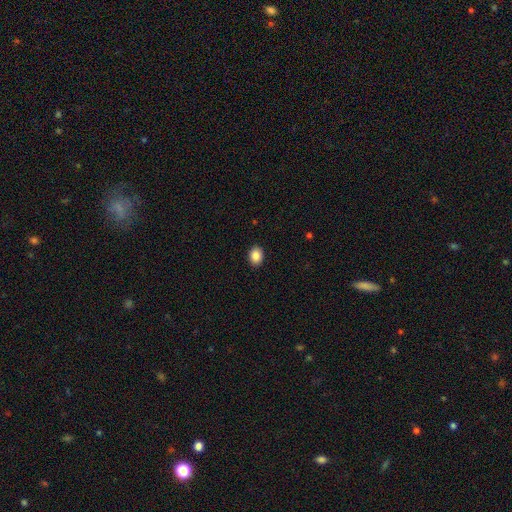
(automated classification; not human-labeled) Smooth or featured?
  - smooth: 87% *
  - star or artifact: 8%
  - featured or disk: 4%
How rounded?
  - in between: 61% *
  - round: 39%
  - cigar-shaped: 1%
Merging?
  - none: 91% *
  - minor disturbance: 6%
  - major disturbance: 2%
  - merger: 1%